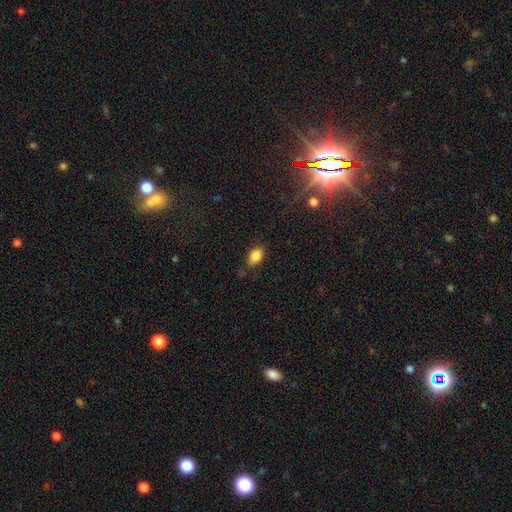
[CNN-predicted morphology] Smooth or featured: smooth — 84% (star or artifact — 9%)
How rounded: in between — 80% (round — 17%)
Merging: none — 68% (minor disturbance — 24%)